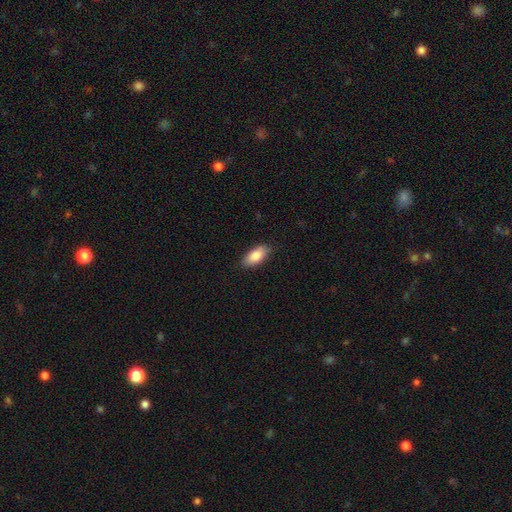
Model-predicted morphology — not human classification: Smooth or featured? smooth (84%)
How rounded? in between (89%)
Merging? none (86%)